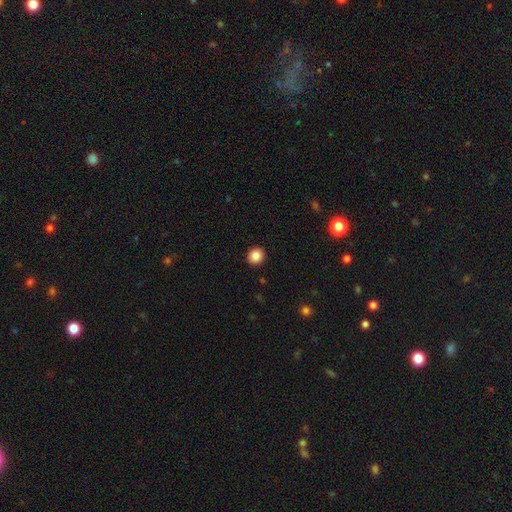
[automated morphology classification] smooth_or_featured: smooth (p=0.86) [alt: star or artifact p=0.10]
how_rounded: round (p=0.88) [alt: in between p=0.11]
merging: none (p=0.93) [alt: minor disturbance p=0.05]